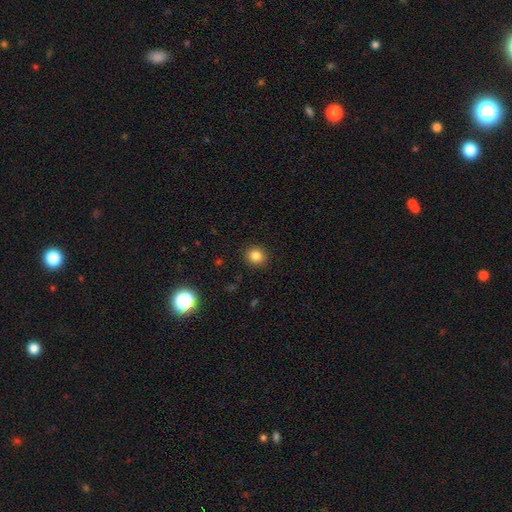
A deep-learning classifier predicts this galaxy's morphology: Q: Smooth or featured?
A: smooth (83%); runner-up: star or artifact (12%)
Q: How rounded?
A: round (84%); runner-up: in between (15%)
Q: Merging?
A: none (91%); runner-up: minor disturbance (6%)